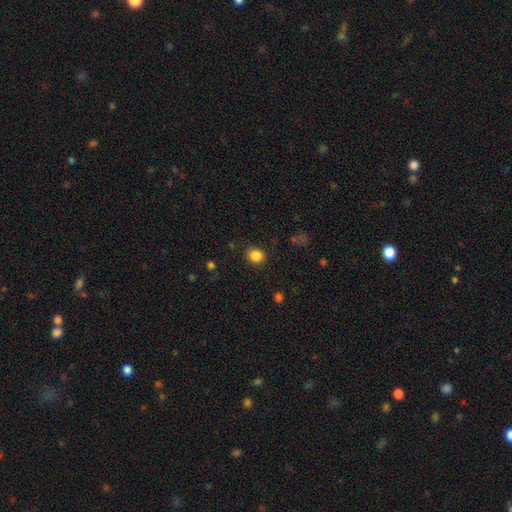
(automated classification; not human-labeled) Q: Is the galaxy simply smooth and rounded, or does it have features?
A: smooth — 85%.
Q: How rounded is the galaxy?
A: round — 70%.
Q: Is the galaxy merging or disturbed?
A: none — 86%.